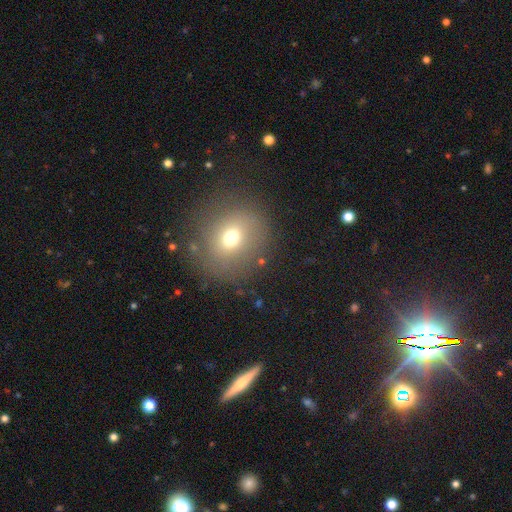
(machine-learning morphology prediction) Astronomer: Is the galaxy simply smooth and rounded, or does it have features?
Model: smooth — 58%.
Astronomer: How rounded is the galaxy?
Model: round — 85%.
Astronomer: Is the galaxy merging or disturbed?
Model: none — 83%.